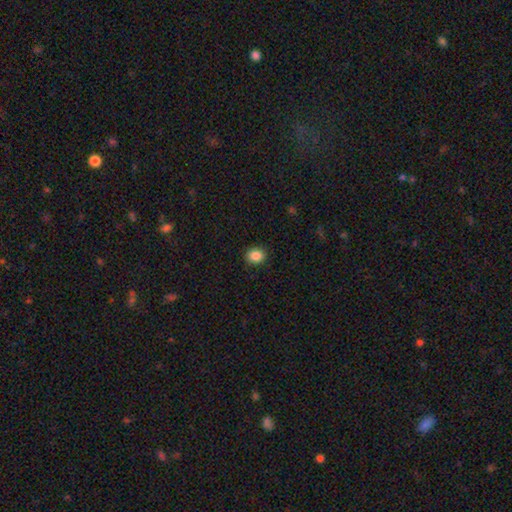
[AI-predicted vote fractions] Smooth or featured?
  - smooth: 87% *
  - star or artifact: 10%
  - featured or disk: 4%
How rounded?
  - round: 60% *
  - in between: 39%
  - cigar-shaped: 1%
Merging?
  - none: 89% *
  - minor disturbance: 8%
  - major disturbance: 2%
  - merger: 1%